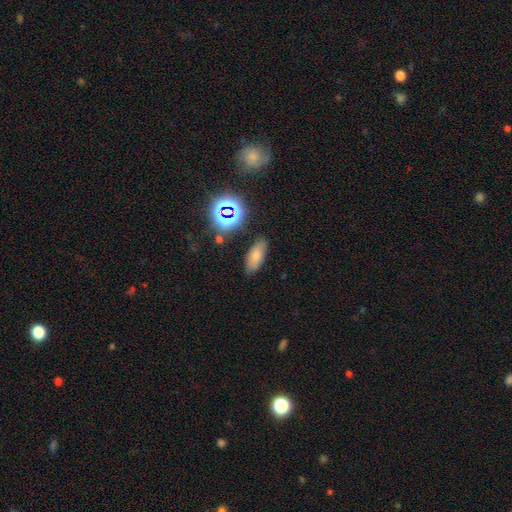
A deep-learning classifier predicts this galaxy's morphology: Smooth or featured? Predicted: smooth (p=0.72). How rounded? Predicted: in between (p=0.82). Merging? Predicted: none (p=0.81).